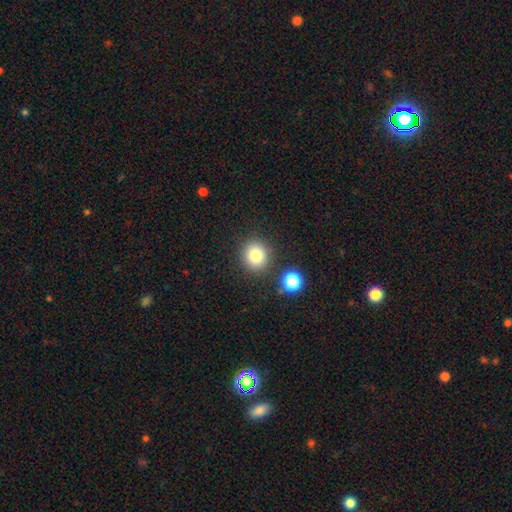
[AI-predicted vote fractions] Smooth or featured? Predicted: smooth (p=0.81). How rounded? Predicted: round (p=0.88). Merging? Predicted: none (p=0.84).